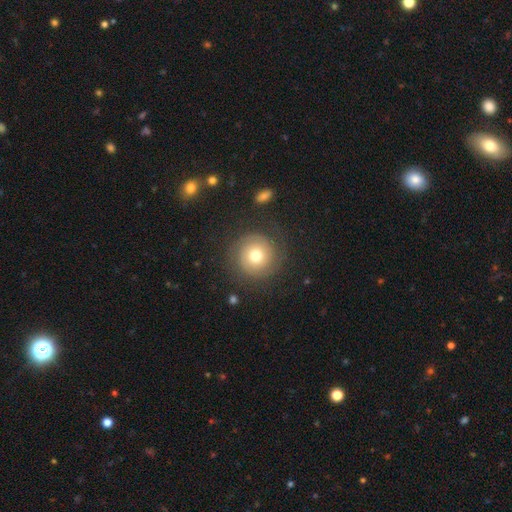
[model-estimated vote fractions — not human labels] Smooth or featured?
  - featured or disk: 46% *
  - smooth: 43%
  - star or artifact: 10%
Merging?
  - none: 82% *
  - minor disturbance: 10%
  - major disturbance: 7%
  - merger: 2%